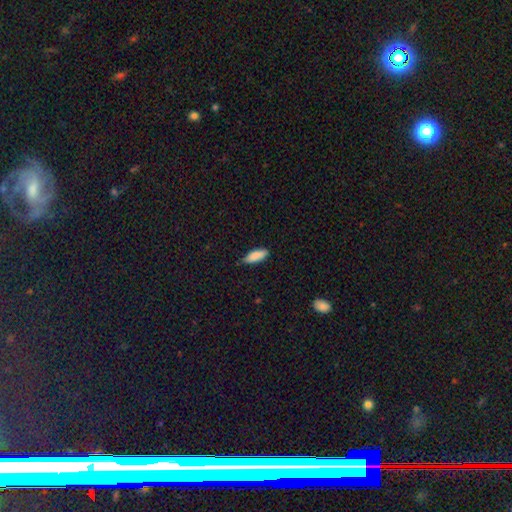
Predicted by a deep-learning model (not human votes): Overall: smooth (88%). How rounded: in between (68%; cigar-shaped 31%). Merging: none (77%).